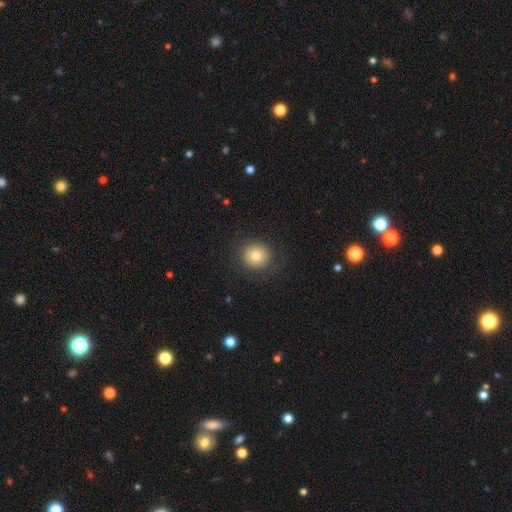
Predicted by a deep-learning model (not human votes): This appears to be a smooth galaxy with no disk features (78%) that is round (93%). Merging: none (88%).